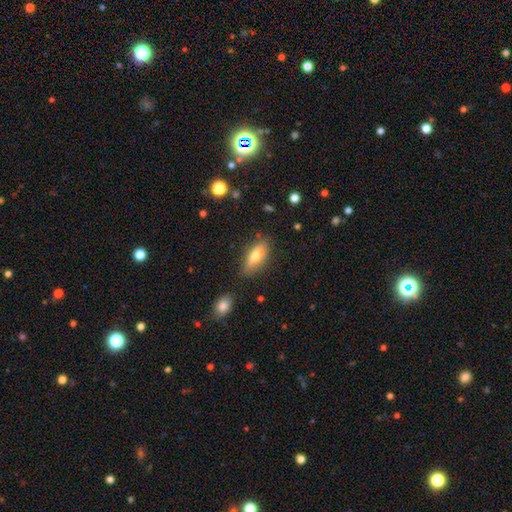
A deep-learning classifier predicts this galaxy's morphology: Smooth or featured? smooth (67%)
How rounded? in between (71%)
Merging? none (79%)